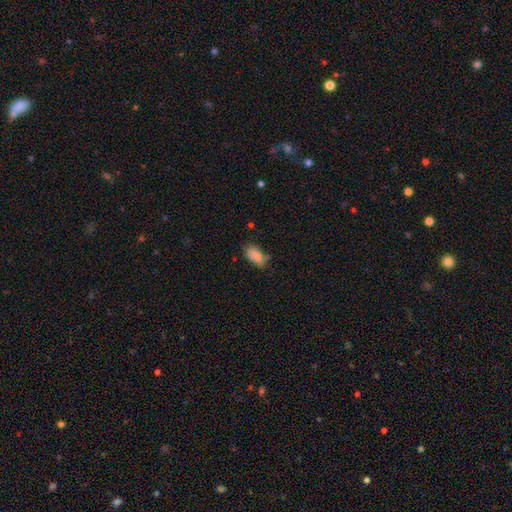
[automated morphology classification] A smooth galaxy with no disk features (84%) that is in between round and cigar-shaped (92%). Merging: none (56%).